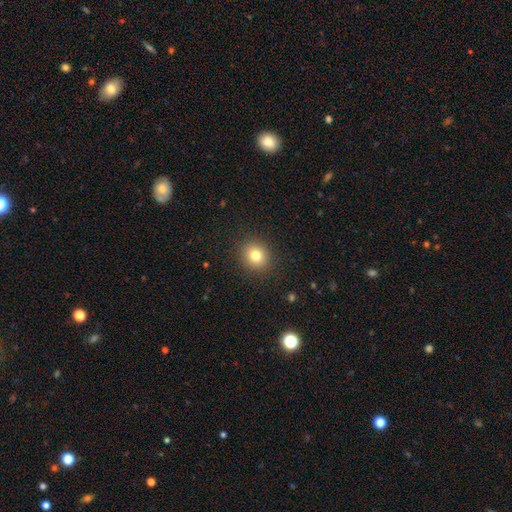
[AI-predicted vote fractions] smooth-or-featured: smooth: 80% | star or artifact: 12% | featured or disk: 8%
  how-rounded: round: 79% | in between: 20% | cigar-shaped: 1%
  merging: none: 90% | minor disturbance: 7% | major disturbance: 3% | merger: 1%